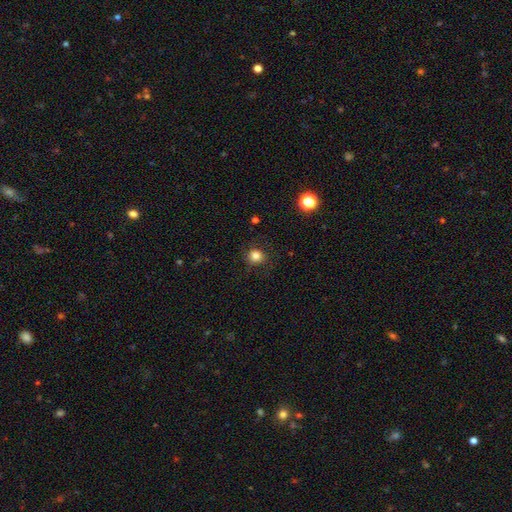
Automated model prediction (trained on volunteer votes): smooth 82%, star or artifact 12%, featured or disk 6%. Down the decision tree: how rounded — round (85%); merging — none (82%).